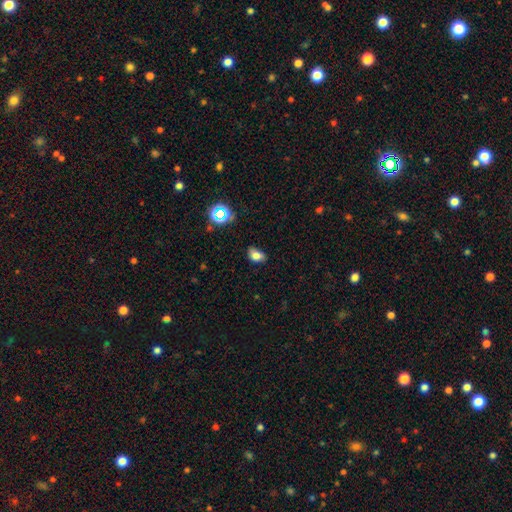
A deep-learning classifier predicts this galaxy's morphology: A smooth galaxy with no disk features (77%) that is in between round and cigar-shaped (83%).

Vote fractions:
- Smooth or featured? smooth: 77% / star or artifact: 15% / featured or disk: 8%
- How rounded? in between: 83% / round: 15% / cigar-shaped: 2%
- Merging? none: 72% / minor disturbance: 22% / major disturbance: 4% / merger: 2%